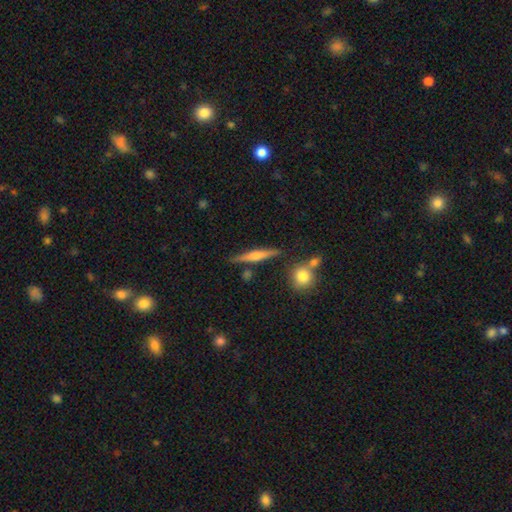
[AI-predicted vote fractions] Smooth or featured? Predicted: featured or disk (p=0.57). Edge-on disk? Predicted: yes (p=0.96). Edge-on bulge? Predicted: rounded (p=0.69). Merging? Predicted: none (p=0.83).